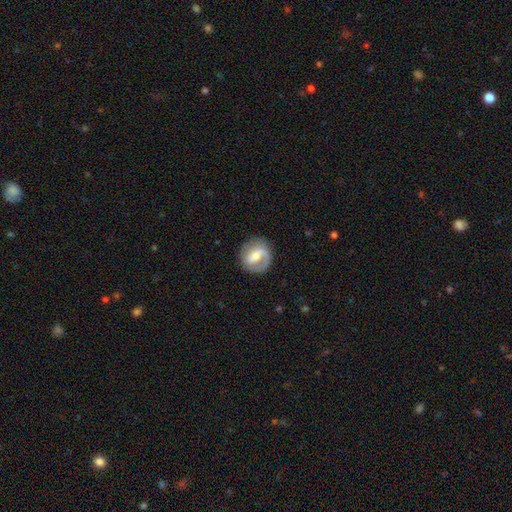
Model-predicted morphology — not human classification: Overall: featured or disk (75%). Edge-on disk: no (98%). Bar: weak (50%; strong 25%). Spiral arms: yes (91%). Spiral arm count: 2 (62%; 1 29%). Spiral winding: medium (46%; tight 31%). Bulge size: moderate (50%; small 40%). Merging: none (78%).